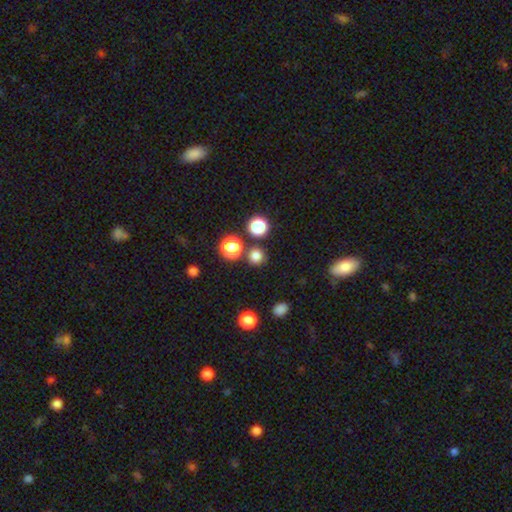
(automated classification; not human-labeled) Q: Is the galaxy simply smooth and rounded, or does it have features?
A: smooth — 78%.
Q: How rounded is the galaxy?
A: round — 93%.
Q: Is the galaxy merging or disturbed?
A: none — 81%.